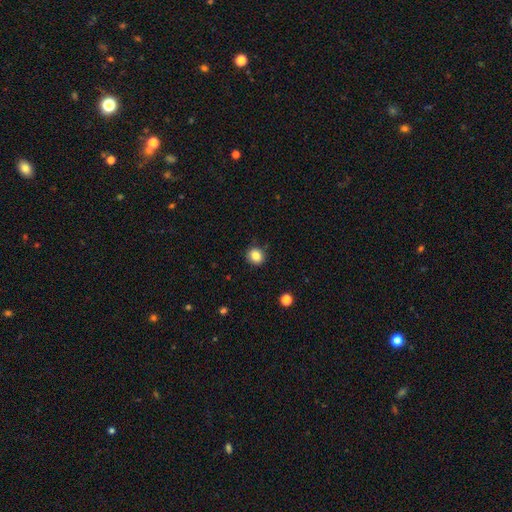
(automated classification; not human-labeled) A smooth galaxy with no disk features (84%) that is round (81%). Merging: none (89%).